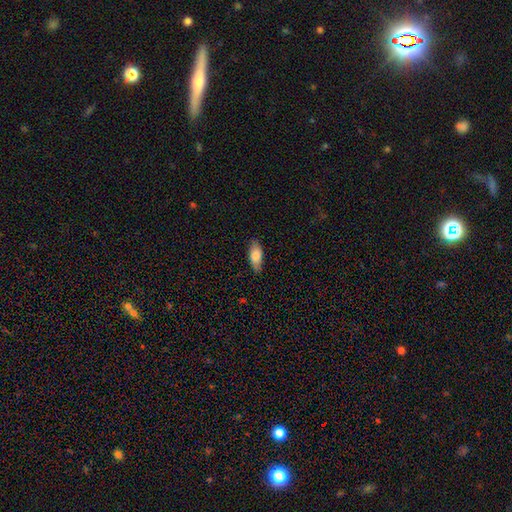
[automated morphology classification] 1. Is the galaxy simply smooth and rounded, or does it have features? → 80% smooth, 13% featured or disk, 6% star or artifact.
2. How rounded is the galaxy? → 80% in between, 17% cigar-shaped, 2% round.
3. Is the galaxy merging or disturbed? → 84% none, 13% minor disturbance, 2% major disturbance, 1% merger.